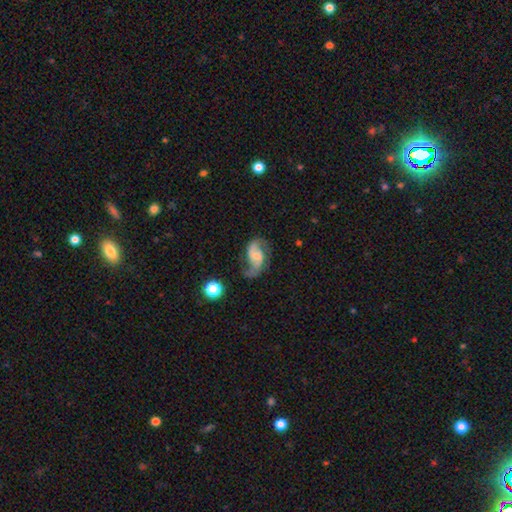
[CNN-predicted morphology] smooth-or-featured: featured or disk: 80% | smooth: 13% | star or artifact: 7%
  disk-edge-on: no: 98% | yes: 2%
    bar: weak: 46% | no: 40% | strong: 14%
    has-spiral-arms: yes: 94% | no: 6%
      spiral-winding: loose: 53% | medium: 38% | tight: 9%
      spiral-arm-count: 2: 88% | 1: 6% | can't tell: 3% | 3: 1% | 4: 1% | more than 4: 1%
    bulge-size: small: 39% | none: 27% | moderate: 26% | large: 7% | dominant: 2%
  merging: none: 54% | minor disturbance: 22% | major disturbance: 20% | merger: 4%